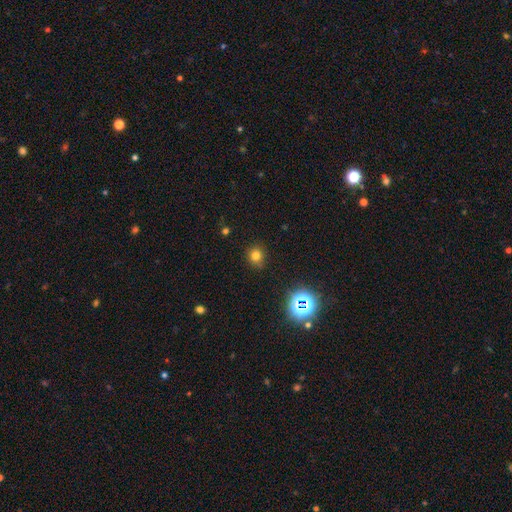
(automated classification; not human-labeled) Smooth or featured? smooth (75%)
How rounded? round (83%)
Merging? none (85%)